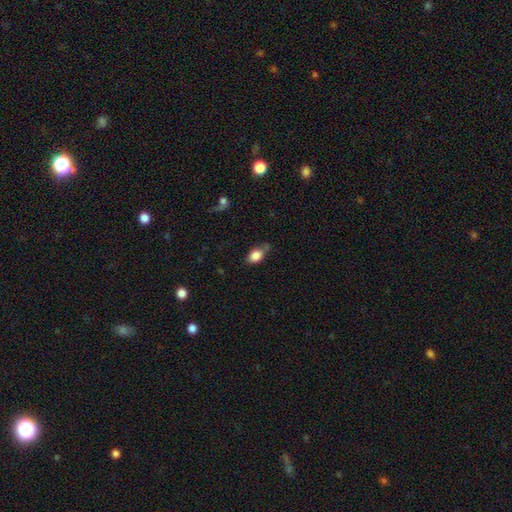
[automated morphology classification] This is clearly a smooth galaxy (83%). How rounded: likely in between (78%). Merging: possibly none (52%).